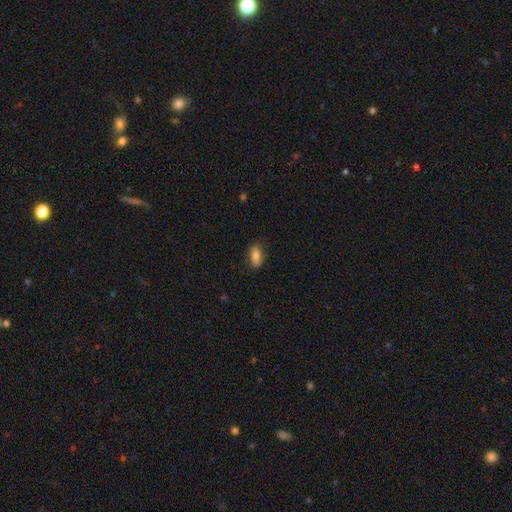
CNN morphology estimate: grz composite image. It shows a smooth galaxy with no disk features (76%) that is in between round and cigar-shaped (80%). Merging: none (79%).